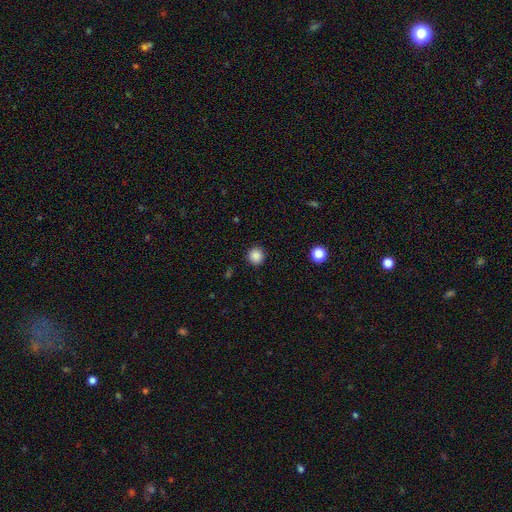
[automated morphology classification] Smooth or featured: smooth — 87% (star or artifact — 11%)
How rounded: round — 93% (in between — 6%)
Merging: none — 91% (minor disturbance — 6%)